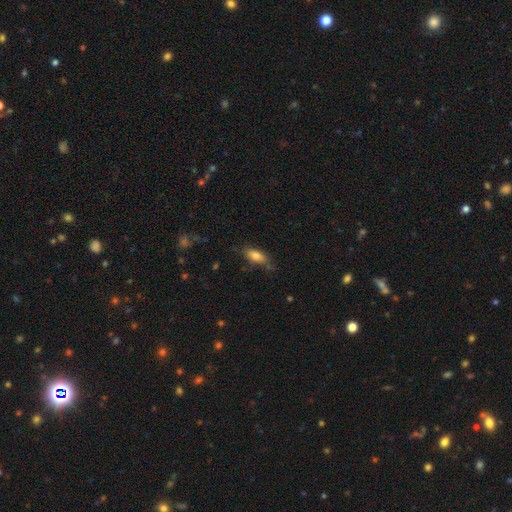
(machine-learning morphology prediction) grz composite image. It shows a smooth galaxy with no disk features (77%) that is in between round and cigar-shaped (77%). Merging: none (65%).